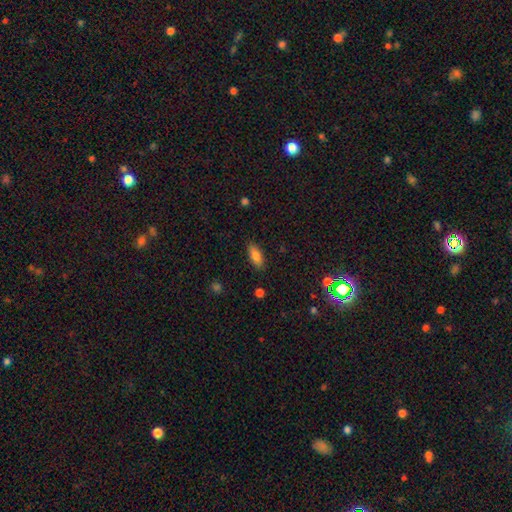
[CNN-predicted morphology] smooth-or-featured: smooth: 83% | featured or disk: 9% | star or artifact: 8%
  how-rounded: in between: 82% | cigar-shaped: 16% | round: 2%
  merging: none: 86% | minor disturbance: 10% | major disturbance: 3% | merger: 1%